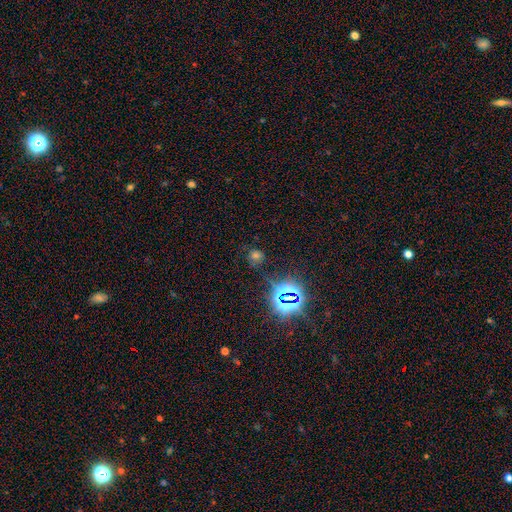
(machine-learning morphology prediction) Smooth or featured?
  - smooth: 49% *
  - star or artifact: 42%
  - featured or disk: 9%
Merging?
  - none: 76% *
  - minor disturbance: 14%
  - major disturbance: 6%
  - merger: 3%